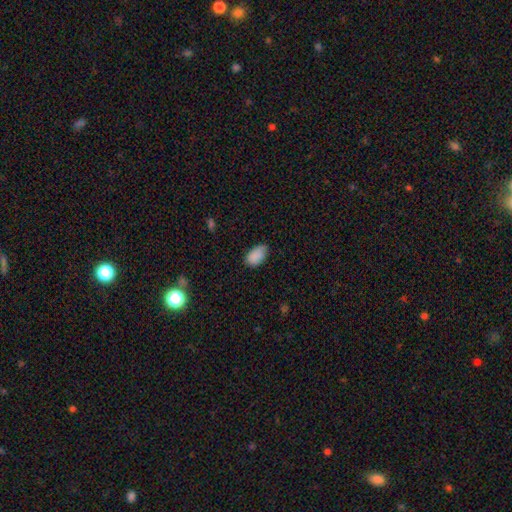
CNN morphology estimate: Smooth or featured: smooth — 88% (star or artifact — 8%)
How rounded: in between — 93% (round — 5%)
Merging: none — 68% (minor disturbance — 27%)